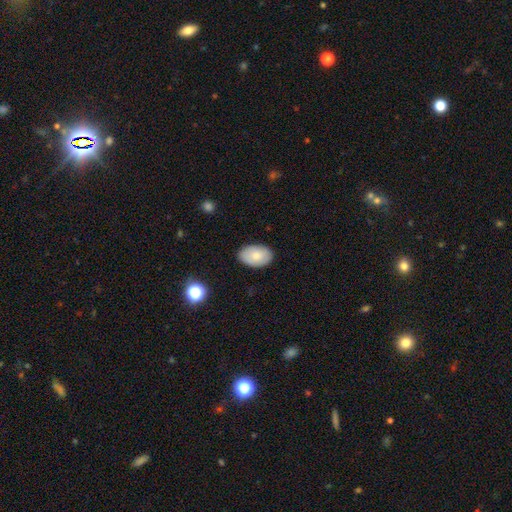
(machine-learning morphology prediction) smooth_or_featured: smooth (p=0.80) [alt: featured or disk p=0.14]
how_rounded: in between (p=0.91) [alt: round p=0.08]
merging: none (p=0.86) [alt: minor disturbance p=0.11]